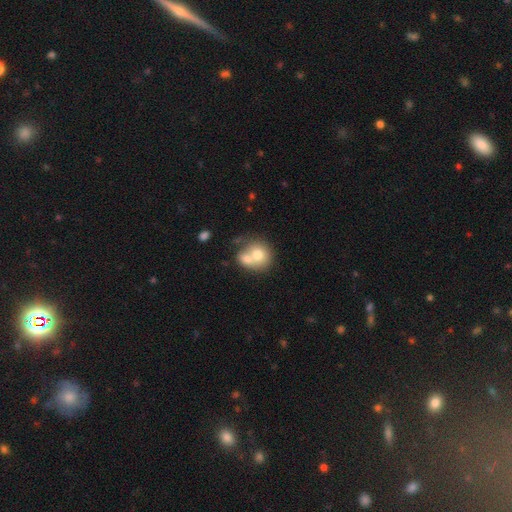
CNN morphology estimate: Smooth or featured? Predicted: smooth (p=0.68). How rounded? Predicted: round (p=0.71). Merging? Predicted: merger (p=0.63).